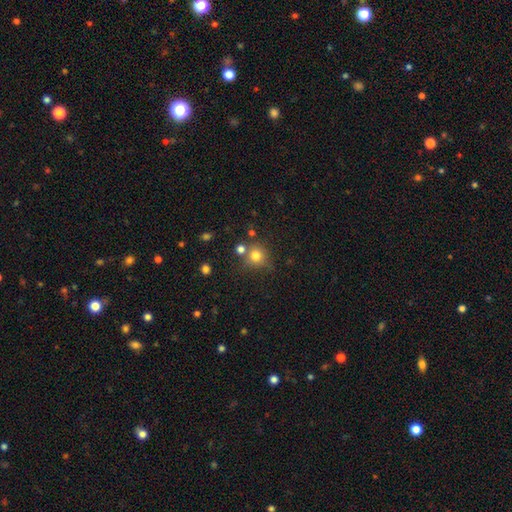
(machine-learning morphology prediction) type=smooth (77%); roundness=round (89%); merging=none (66%).